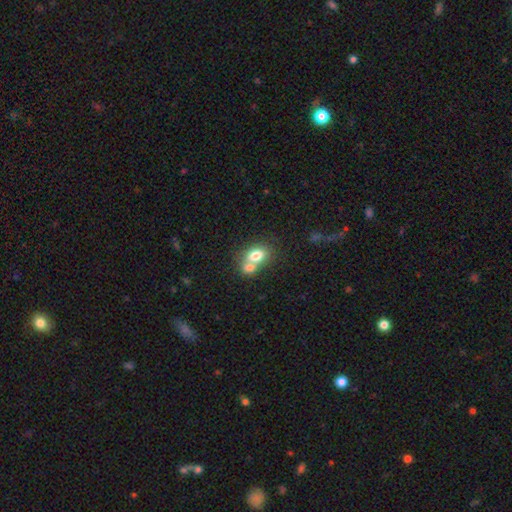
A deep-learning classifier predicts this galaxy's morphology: A smooth galaxy with no disk features (73%) that is in between round and cigar-shaped (73%). Merging: merger (60%).